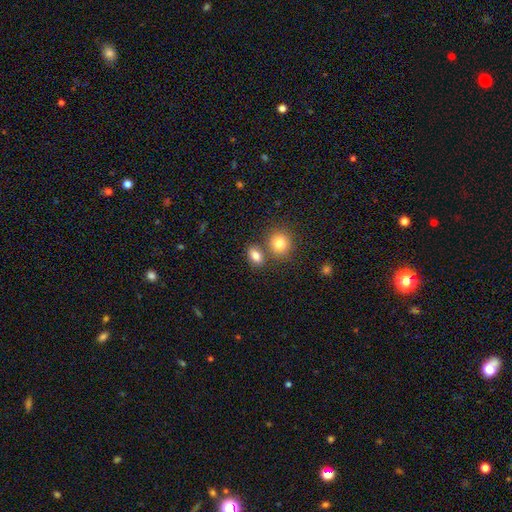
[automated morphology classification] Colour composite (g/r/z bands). It shows a smooth galaxy with no disk features (81%) that is in between round and cigar-shaped (74%). Merging: none (65%).